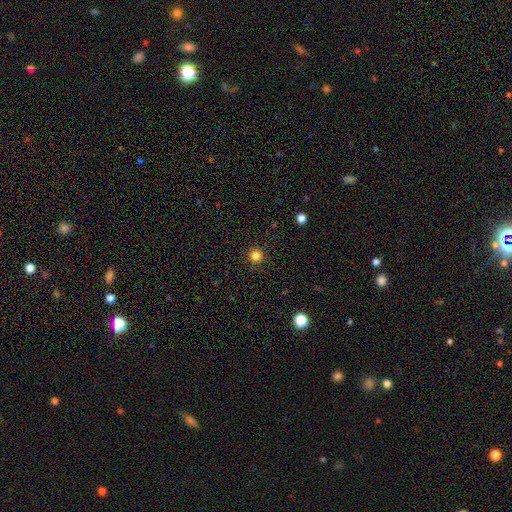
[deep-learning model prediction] A smooth galaxy with no disk features (83%) that is round (95%). Merging: none (92%).